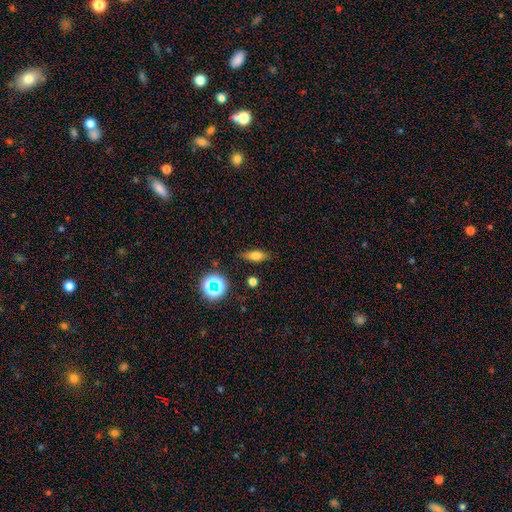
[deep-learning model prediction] Morphology: type=smooth (67%); roundness=in between (64%); merging=none (80%).